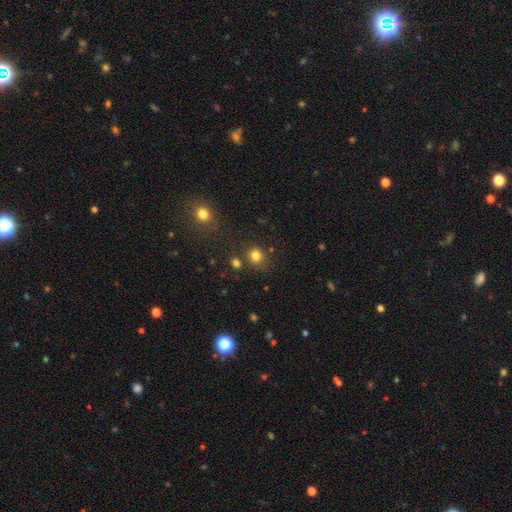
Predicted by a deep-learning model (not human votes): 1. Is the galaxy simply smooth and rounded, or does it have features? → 80% smooth, 14% star or artifact, 5% featured or disk.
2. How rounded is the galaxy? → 79% round, 20% in between, 1% cigar-shaped.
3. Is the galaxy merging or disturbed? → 76% none, 11% minor disturbance, 9% merger, 4% major disturbance.